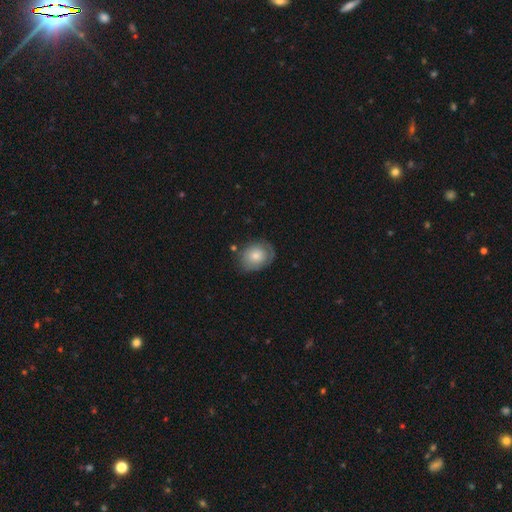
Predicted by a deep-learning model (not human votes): smooth-or-featured: smooth: 64% | featured or disk: 29% | star or artifact: 7%
  how-rounded: round: 52% | in between: 47% | cigar-shaped: 1%
  merging: none: 66% | minor disturbance: 23% | major disturbance: 8% | merger: 3%